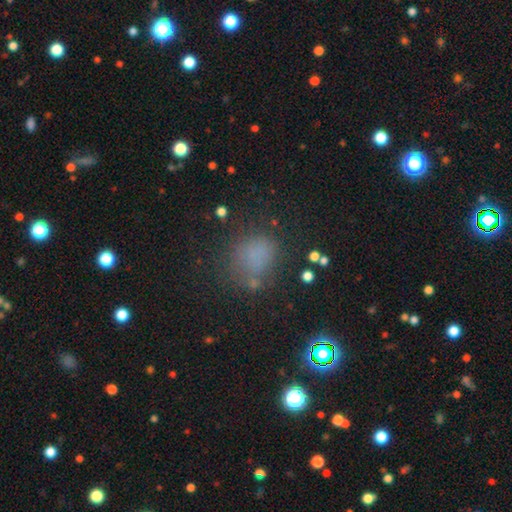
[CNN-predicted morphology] Overall: smooth (65%). How rounded: round (64%; in between 35%). Merging: none (64%).